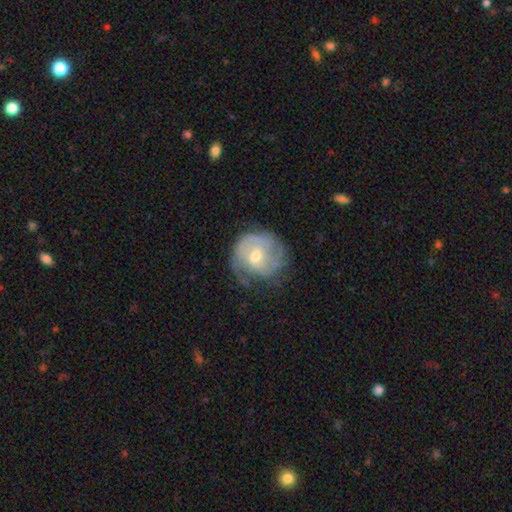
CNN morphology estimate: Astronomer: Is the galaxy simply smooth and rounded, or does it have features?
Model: featured or disk — 74%.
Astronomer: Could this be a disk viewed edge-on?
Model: no — 98%.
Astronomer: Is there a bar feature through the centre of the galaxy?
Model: no — 50% (runner-up: weak, 43%).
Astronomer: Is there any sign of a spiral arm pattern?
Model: yes — 89%.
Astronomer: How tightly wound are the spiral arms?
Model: tight — 57%.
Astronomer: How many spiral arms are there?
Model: can't tell — 36% (runner-up: 2, 32%).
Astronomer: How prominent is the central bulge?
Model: moderate — 60%.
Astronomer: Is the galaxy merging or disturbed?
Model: none — 60%.